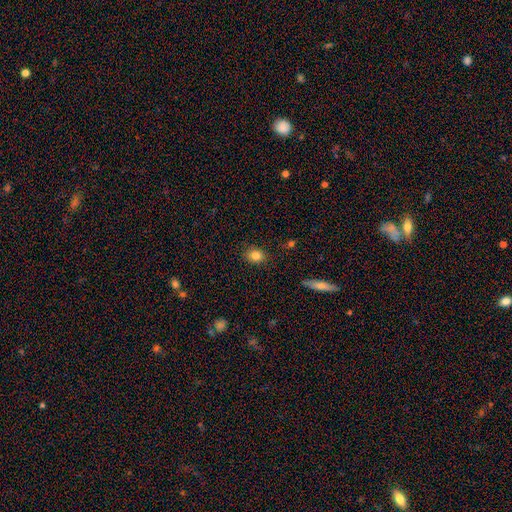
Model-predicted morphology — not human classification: smooth 84%, star or artifact 10%, featured or disk 6%. Down the decision tree: how rounded — round (51%); merging — none (87%).